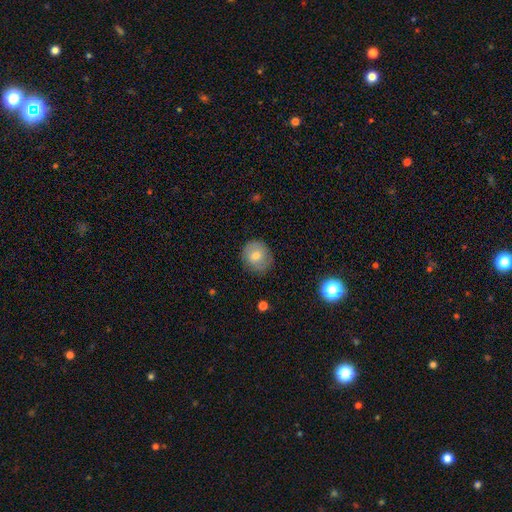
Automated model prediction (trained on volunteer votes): smooth_or_featured: smooth (p=0.67) [alt: featured or disk p=0.24]
how_rounded: round (p=0.75) [alt: in between p=0.24]
merging: none (p=0.79) [alt: minor disturbance p=0.16]